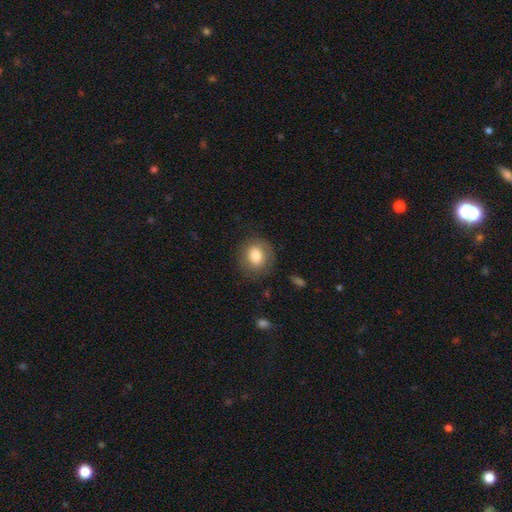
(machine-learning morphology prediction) smooth-or-featured: smooth: 78% | featured or disk: 13% | star or artifact: 8%
  how-rounded: round: 68% | in between: 31% | cigar-shaped: 1%
  merging: none: 79% | minor disturbance: 14% | major disturbance: 5% | merger: 1%